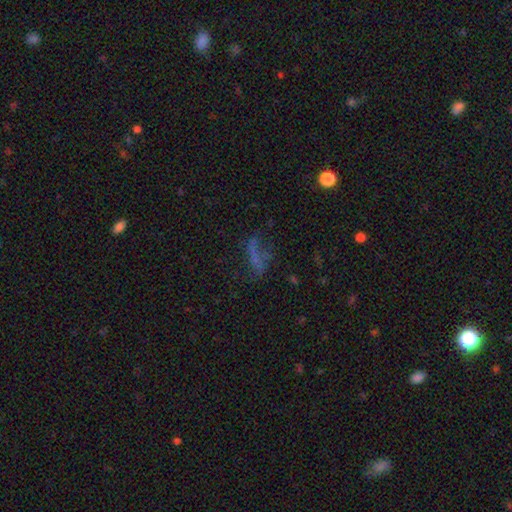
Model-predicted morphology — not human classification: This is marginally a smooth galaxy (39%). Merging: marginally none (44%).